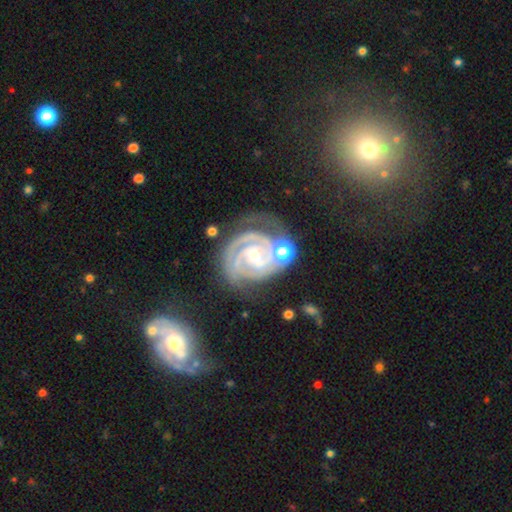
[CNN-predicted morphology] type=featured or disk (91%); edge-on=no (98%); bar=no (48%); spiral arms=yes (98%); winding=tight (76%); arm count=2 (66%); bulge=small (65%); merging=none (59%).